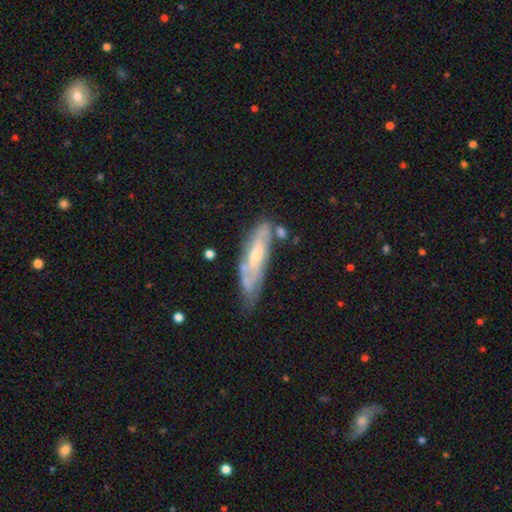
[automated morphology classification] The model was most divided on "merging": none: 48%, minor disturbance: 30%, major disturbance: 12%, merger: 10%. More confident: edge-on disk — no (67%); smooth or featured — featured or disk (64%).